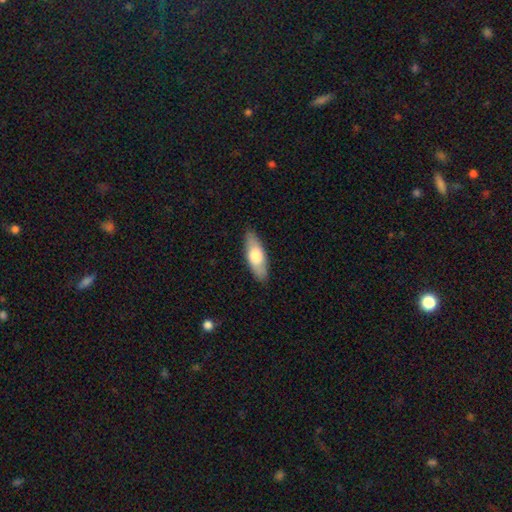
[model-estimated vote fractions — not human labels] smooth 65%, featured or disk 30%, star or artifact 5%. Down the decision tree: how rounded — in between (67%); merging — none (87%).